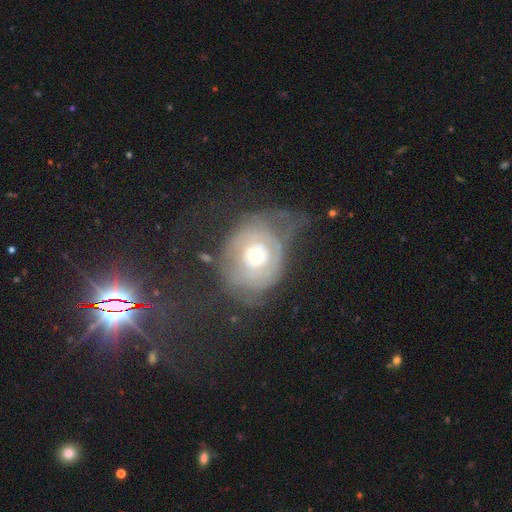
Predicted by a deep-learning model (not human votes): A featured or disk galaxy (65%) with no bar (85%), spiral arms (56%) and a moderate central bulge (55%). Merging: major disturbance (37%, tied with none).